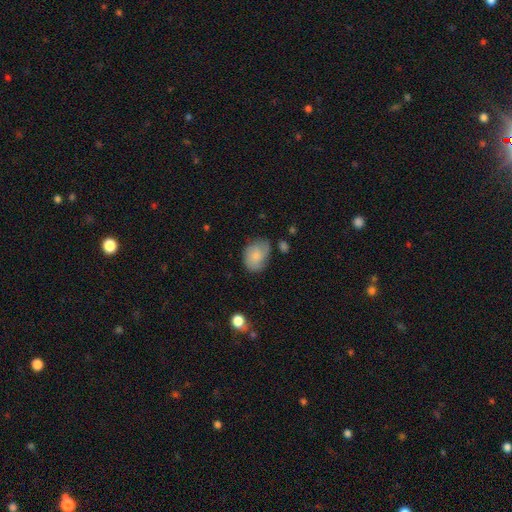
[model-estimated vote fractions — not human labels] Overall: smooth (80%). How rounded: in between (74%). Merging: none (59%; minor disturbance 29%).